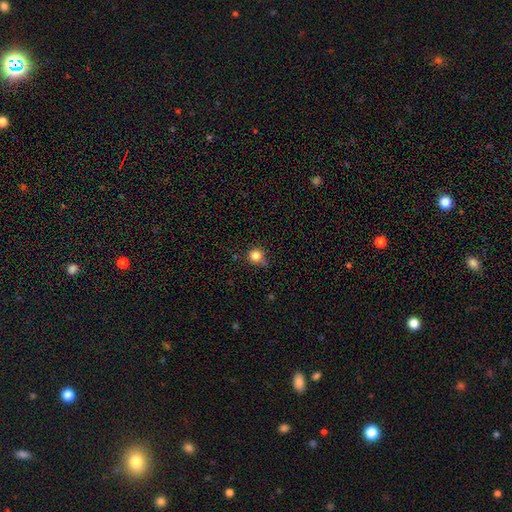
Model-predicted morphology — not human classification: Smooth or featured? smooth (83%)
How rounded? round (94%)
Merging? none (75%)